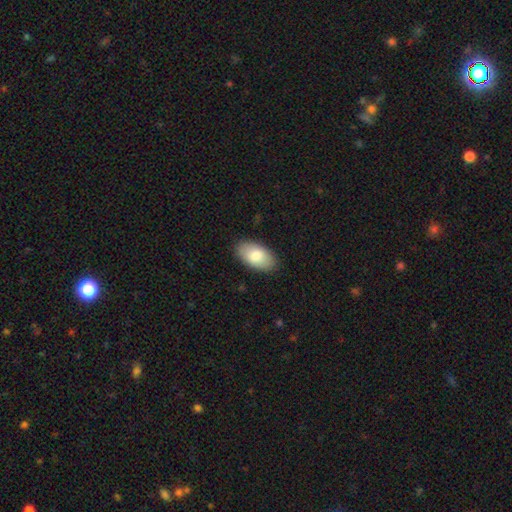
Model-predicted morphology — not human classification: Overall: smooth (81%). How rounded: in between (95%). Merging: none (87%).